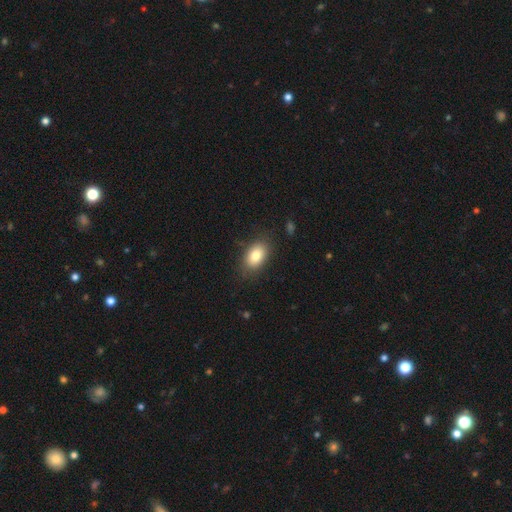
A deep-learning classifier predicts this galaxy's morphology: This appears to be a smooth galaxy with no disk features (82%) that is in between round and cigar-shaped (87%). Merging: none (82%).